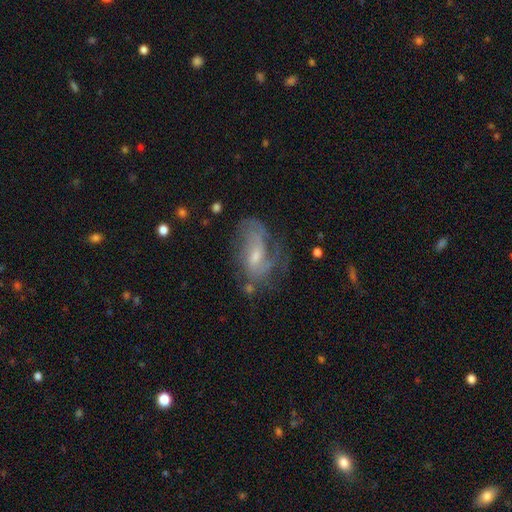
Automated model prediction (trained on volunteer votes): featured or disk 71%, smooth 20%, star or artifact 10%. Down the decision tree: edge-on disk — no (95%); bar — no (47%); spiral arms — yes (82%); spiral arm count — 2 (35%); spiral winding — medium (43%); bulge size — small (47%); merging — none (51%).